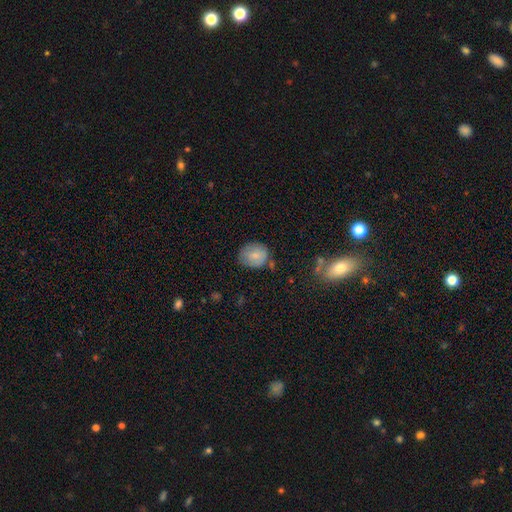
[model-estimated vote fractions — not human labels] Smooth or featured?
  - smooth: 77% *
  - featured or disk: 15%
  - star or artifact: 8%
How rounded?
  - round: 65% *
  - in between: 34%
  - cigar-shaped: 1%
Merging?
  - none: 66% *
  - minor disturbance: 24%
  - major disturbance: 6%
  - merger: 4%